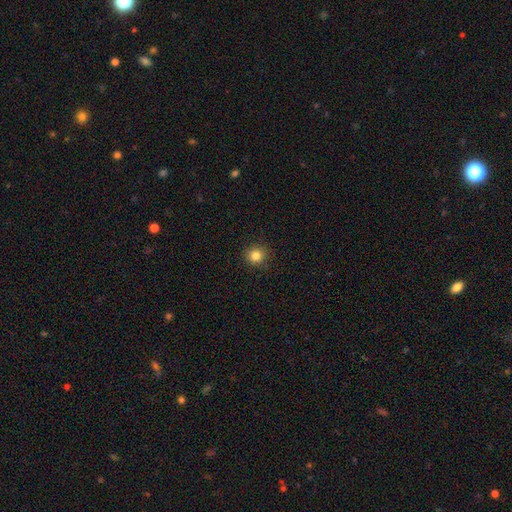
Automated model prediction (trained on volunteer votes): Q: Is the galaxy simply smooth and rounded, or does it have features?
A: smooth — 83%.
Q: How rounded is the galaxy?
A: round — 92%.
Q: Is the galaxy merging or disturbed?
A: none — 91%.